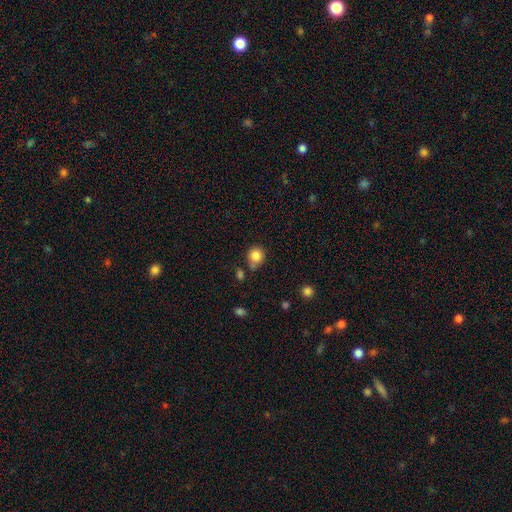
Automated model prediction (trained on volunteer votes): smooth 84%, star or artifact 10%, featured or disk 6%. Down the decision tree: how rounded — round (82%); merging — none (59%).